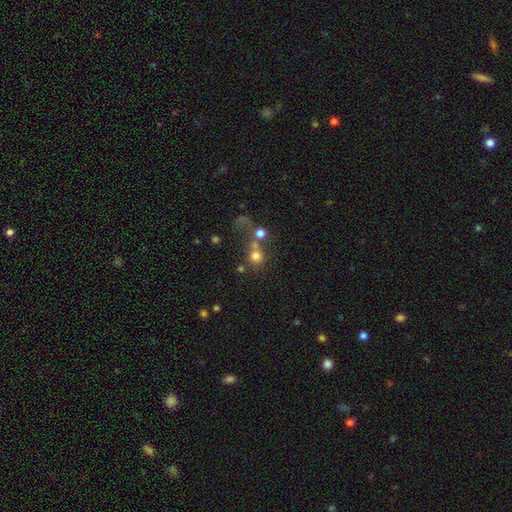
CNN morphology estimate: type=smooth (72%); roundness=round (88%); merging=none (45%).